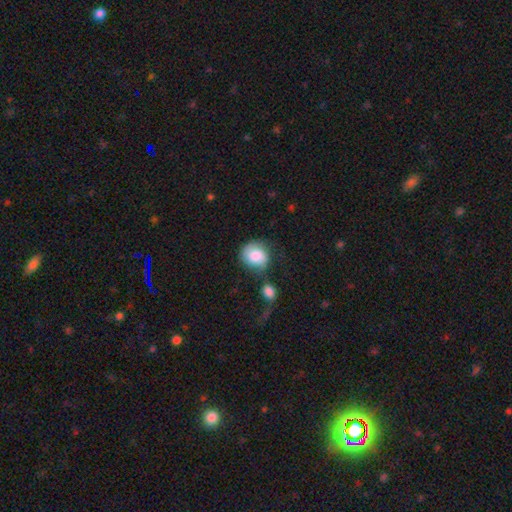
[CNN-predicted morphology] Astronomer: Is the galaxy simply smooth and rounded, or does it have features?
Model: smooth — 75%.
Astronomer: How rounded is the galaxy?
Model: round — 70%.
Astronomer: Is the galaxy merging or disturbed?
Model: none — 46% (runner-up: minor disturbance, 24%).